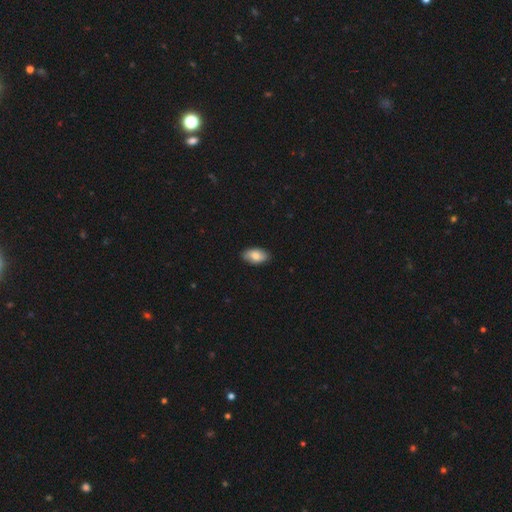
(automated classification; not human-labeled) Smooth or featured: smooth — 82% (featured or disk — 12%)
How rounded: in between — 94% (round — 4%)
Merging: none — 88% (minor disturbance — 9%)